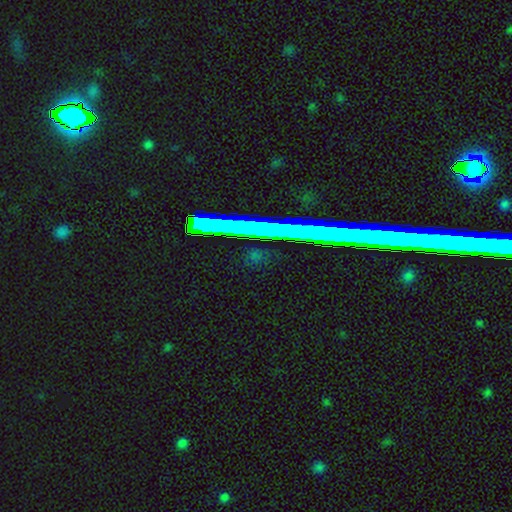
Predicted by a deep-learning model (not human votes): Overall: star or artifact (61%; smooth 22%).